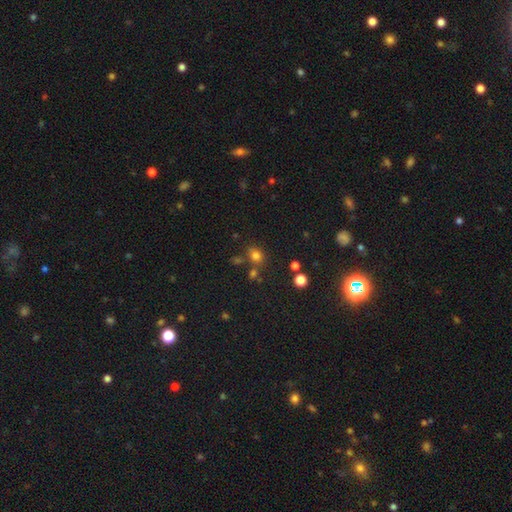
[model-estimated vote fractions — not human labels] This is likely a smooth galaxy (75%). How rounded: likely round (68%). Merging: likely none (69%).